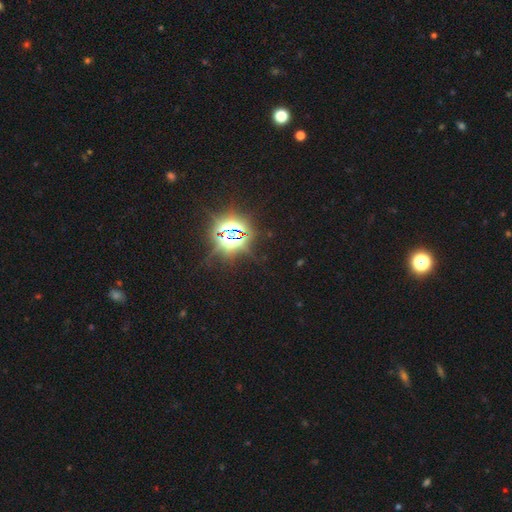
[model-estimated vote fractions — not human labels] Smooth or featured: star or artifact — 84% (smooth — 10%)